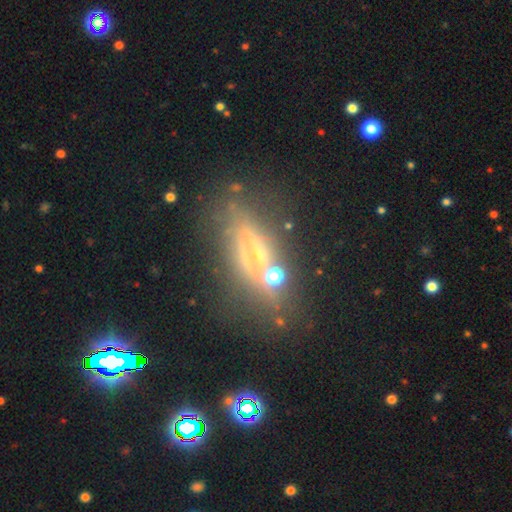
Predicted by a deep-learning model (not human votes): This is possibly a featured or disk galaxy (55%). It is possibly viewed edge-on (58%). Merging: possibly none (59%).